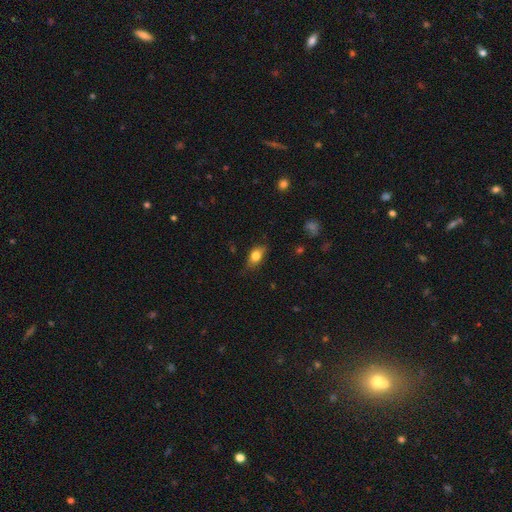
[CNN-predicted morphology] type=smooth (79%); roundness=in between (82%); merging=none (75%).